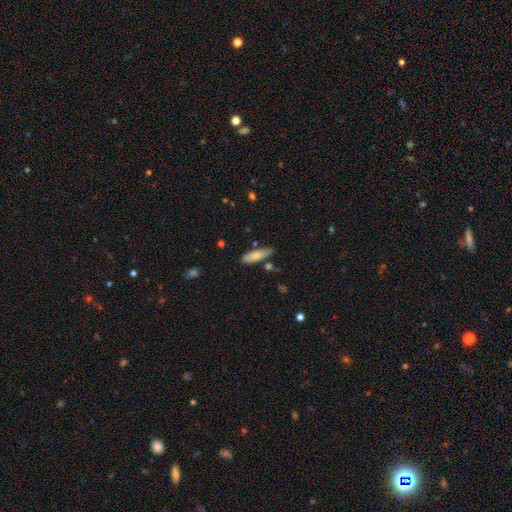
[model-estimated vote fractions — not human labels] This is likely a smooth galaxy (75%). How rounded: possibly cigar-shaped (52%). Merging: likely none (75%).